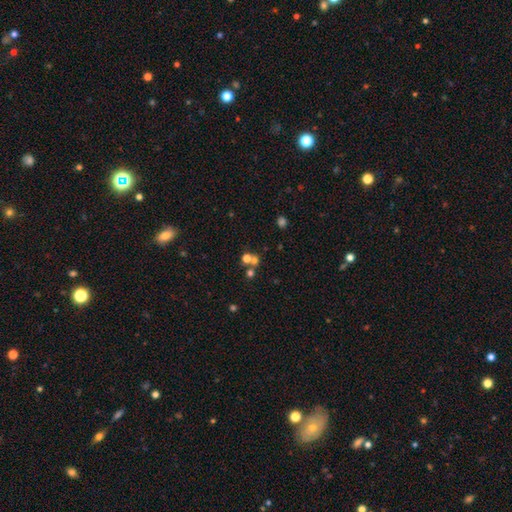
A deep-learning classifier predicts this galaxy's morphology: A star or artifact, not a galaxy (45%).